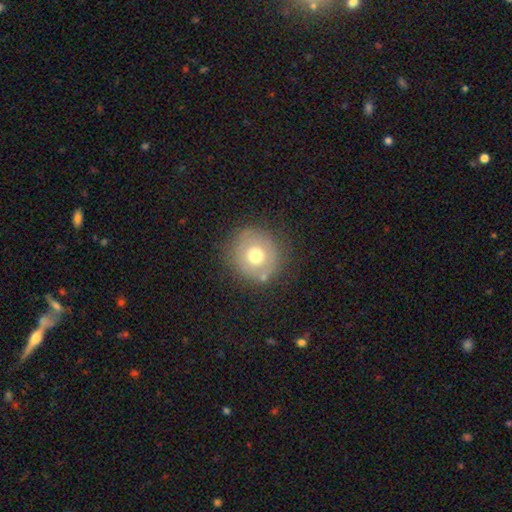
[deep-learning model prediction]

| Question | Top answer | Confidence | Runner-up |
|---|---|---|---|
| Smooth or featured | smooth | 59% | featured or disk (31%) |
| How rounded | round | 90% | in between (9%) |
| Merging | none | 77% | minor disturbance (14%) |